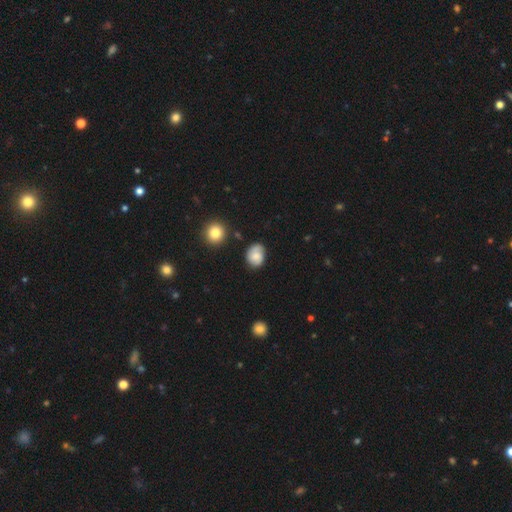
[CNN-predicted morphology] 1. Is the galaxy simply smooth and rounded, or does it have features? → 70% smooth, 21% featured or disk, 9% star or artifact.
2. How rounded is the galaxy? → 51% in between, 48% round, 1% cigar-shaped.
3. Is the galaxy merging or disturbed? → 70% none, 22% minor disturbance, 5% major disturbance, 3% merger.